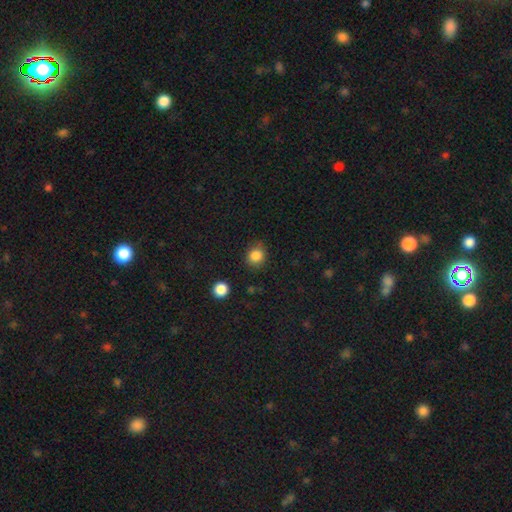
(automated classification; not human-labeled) This is clearly a smooth galaxy (85%). How rounded: likely round (76%). Merging: likely none (78%).